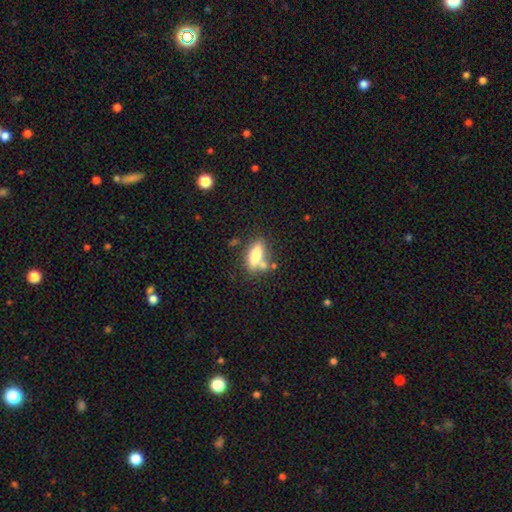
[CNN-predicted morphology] The model was most divided on "merging": none: 54%, merger: 21%, minor disturbance: 18%, major disturbance: 7%. More confident: smooth or featured — smooth (72%); how rounded — in between (68%).